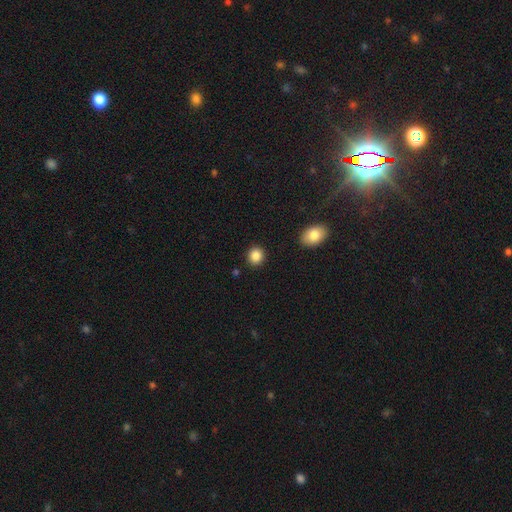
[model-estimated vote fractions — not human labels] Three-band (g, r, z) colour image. It shows a smooth galaxy with no disk features (87%) that is round (86%). Merging: none (90%).